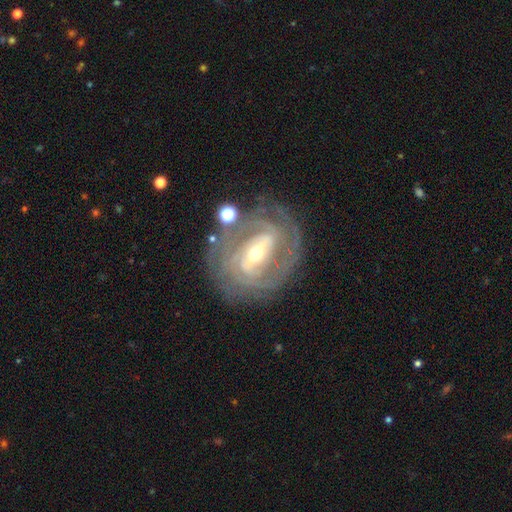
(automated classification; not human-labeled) A featured or disk galaxy (89%) with a strong bar (60%), 2 (29%) tight (72%) spiral arms (96%) and a moderate central bulge (49%). Merging: none (76%).